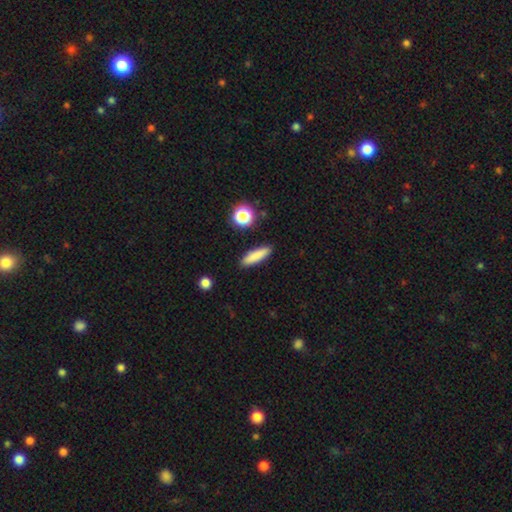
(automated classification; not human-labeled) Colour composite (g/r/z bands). It shows a smooth galaxy with no disk features (83%) that is cigar-shaped (73%). Merging: none (89%).